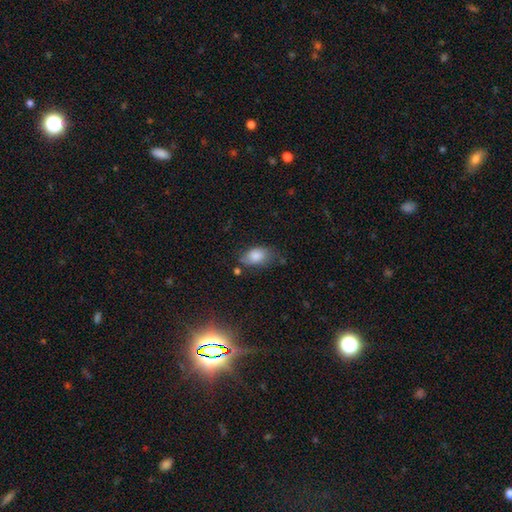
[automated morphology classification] Smooth or featured? smooth (80%)
How rounded? in between (89%)
Merging? none (56%)